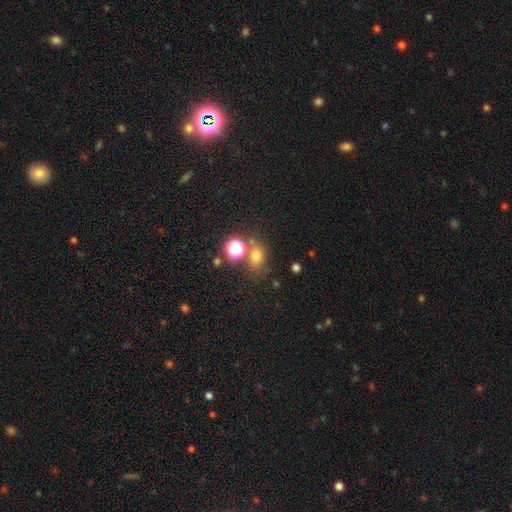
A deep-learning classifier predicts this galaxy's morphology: Smooth or featured: smooth — 67% (star or artifact — 24%)
How rounded: round — 52% (in between — 46%)
Merging: none — 64% (merger — 17%)